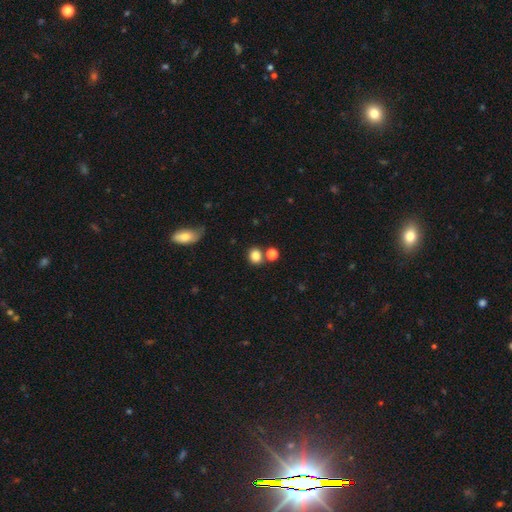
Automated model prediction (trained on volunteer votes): smooth 83%, star or artifact 11%, featured or disk 6%. Down the decision tree: how rounded — round (63%); merging — none (67%).